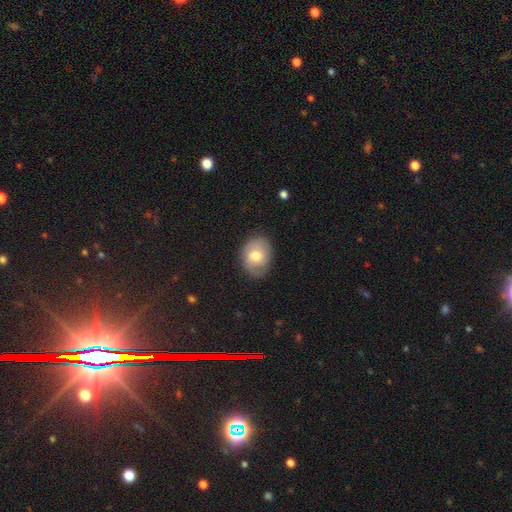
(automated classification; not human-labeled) A smooth galaxy with no disk features (58%) that is in between round and cigar-shaped (65%).

Vote fractions:
- Smooth or featured? smooth: 58% / featured or disk: 34% / star or artifact: 8%
- How rounded? in between: 65% / round: 34% / cigar-shaped: 1%
- Merging? none: 77% / minor disturbance: 17% / major disturbance: 5% / merger: 1%